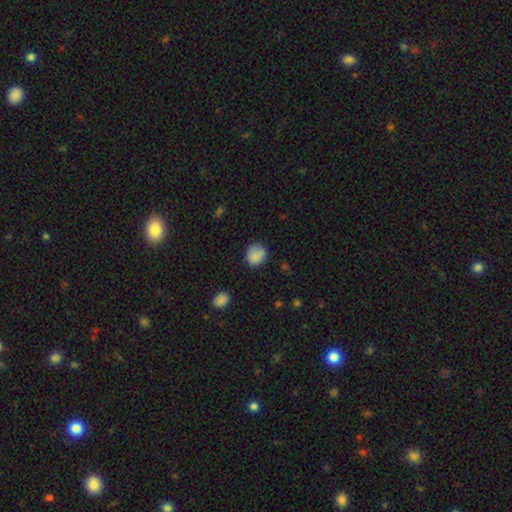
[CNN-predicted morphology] smooth-or-featured: smooth: 85% | star or artifact: 9% | featured or disk: 6%
  how-rounded: round: 76% | in between: 23% | cigar-shaped: 1%
  merging: none: 74% | minor disturbance: 19% | major disturbance: 5% | merger: 2%